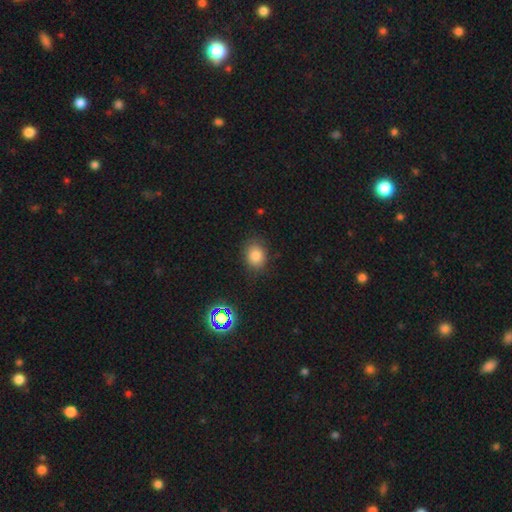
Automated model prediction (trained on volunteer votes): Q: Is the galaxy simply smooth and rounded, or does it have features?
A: smooth — 82%.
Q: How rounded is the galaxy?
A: round — 55%.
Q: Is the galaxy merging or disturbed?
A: none — 81%.